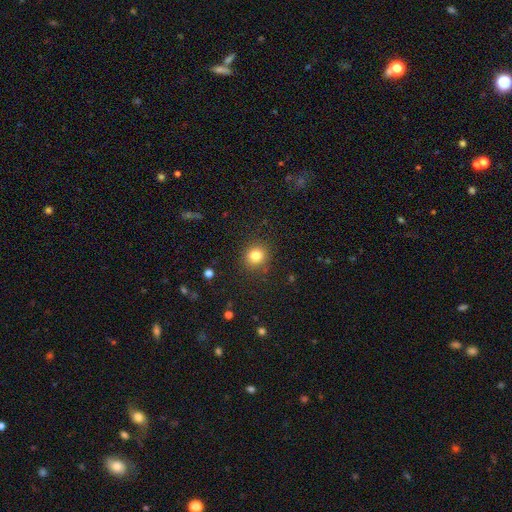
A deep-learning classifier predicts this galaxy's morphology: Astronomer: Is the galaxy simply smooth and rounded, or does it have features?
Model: smooth — 82%.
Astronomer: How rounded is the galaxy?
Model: round — 89%.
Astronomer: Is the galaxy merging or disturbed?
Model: none — 88%.